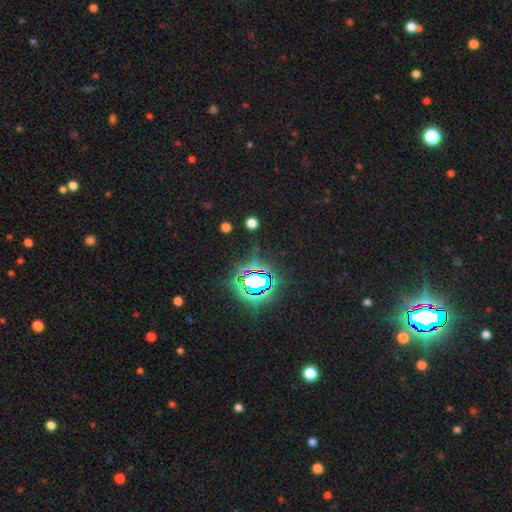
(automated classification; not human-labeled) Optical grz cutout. It shows a star or artifact, not a galaxy (80%).